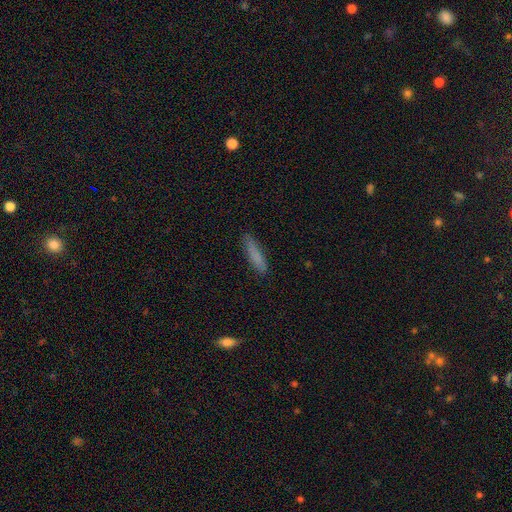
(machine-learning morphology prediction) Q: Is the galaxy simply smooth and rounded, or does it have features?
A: smooth — 81%.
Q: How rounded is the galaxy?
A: cigar-shaped — 84%.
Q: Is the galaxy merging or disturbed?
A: none — 84%.